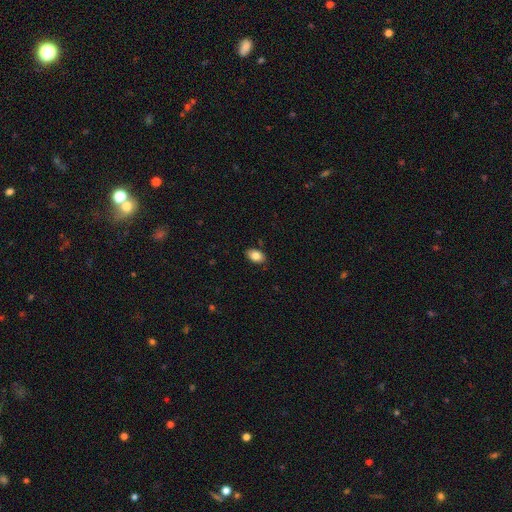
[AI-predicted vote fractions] Smooth or featured?
  - smooth: 83% *
  - featured or disk: 10%
  - star or artifact: 8%
How rounded?
  - in between: 89% *
  - round: 9%
  - cigar-shaped: 1%
Merging?
  - none: 87% *
  - minor disturbance: 10%
  - major disturbance: 2%
  - merger: 1%